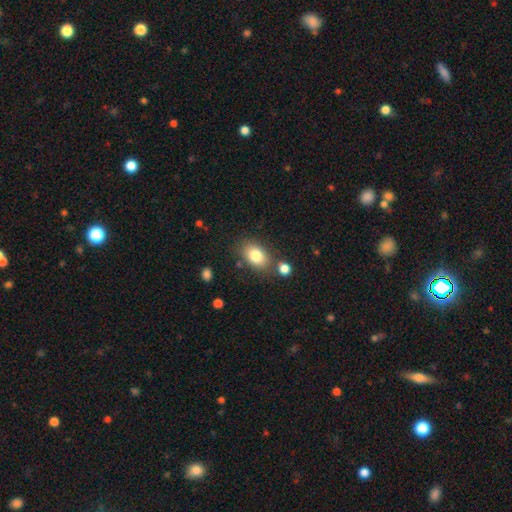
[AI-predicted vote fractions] A smooth galaxy with no disk features (81%) that is in between round and cigar-shaped (82%).

Vote fractions:
- Smooth or featured? smooth: 81% / featured or disk: 11% / star or artifact: 9%
- How rounded? in between: 82% / round: 16% / cigar-shaped: 1%
- Merging? none: 74% / minor disturbance: 13% / merger: 9% / major disturbance: 4%